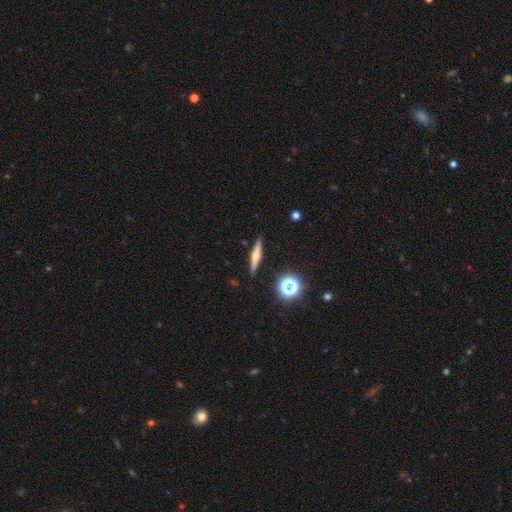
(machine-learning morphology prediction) This appears to be a featured or disk galaxy (57%) viewed edge-on (96%) with a rounded central bulge (84%). Merging: none (90%).